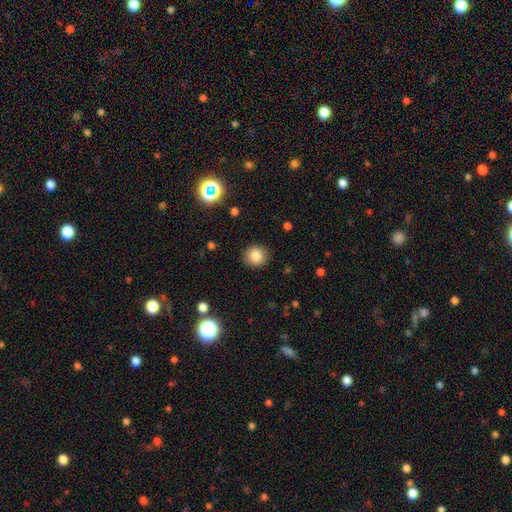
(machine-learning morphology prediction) This appears to be a smooth galaxy with no disk features (83%) that is round (87%). Merging: none (90%).